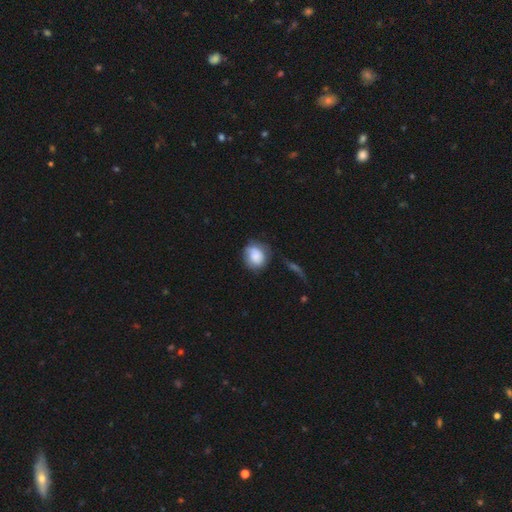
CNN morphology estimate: A smooth galaxy with no disk features (72%) that is round (68%).

Vote fractions:
- Smooth or featured? smooth: 72% / featured or disk: 20% / star or artifact: 8%
- How rounded? round: 68% / in between: 31% / cigar-shaped: 1%
- Merging? none: 56% / minor disturbance: 28% / major disturbance: 11% / merger: 4%